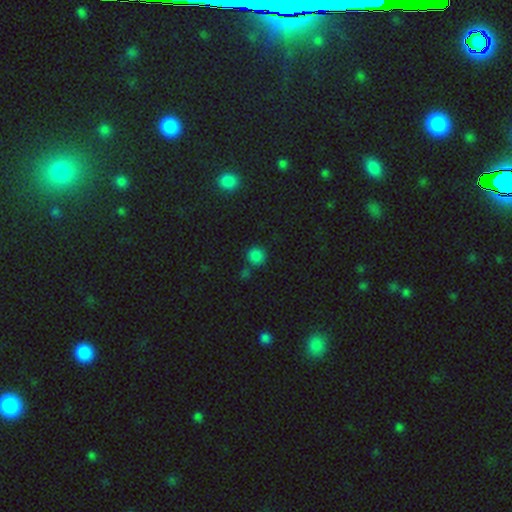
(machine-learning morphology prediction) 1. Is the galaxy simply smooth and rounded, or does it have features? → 80% smooth, 16% star or artifact, 4% featured or disk.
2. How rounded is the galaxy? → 91% round, 8% in between, 1% cigar-shaped.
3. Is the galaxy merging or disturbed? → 72% none, 14% merger, 10% minor disturbance, 4% major disturbance.